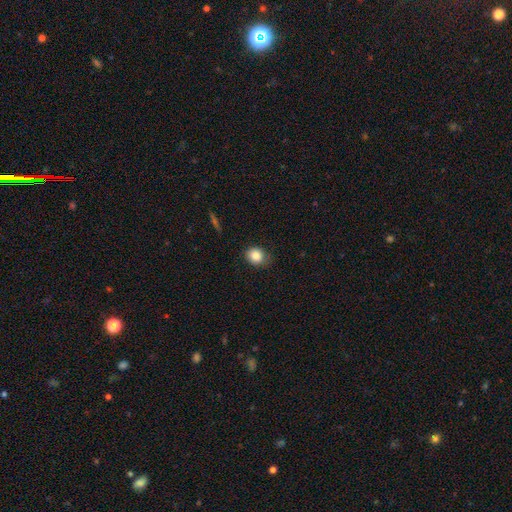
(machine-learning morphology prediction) This appears to be a smooth galaxy with no disk features (84%) that is round (71%). Merging: none (77%).